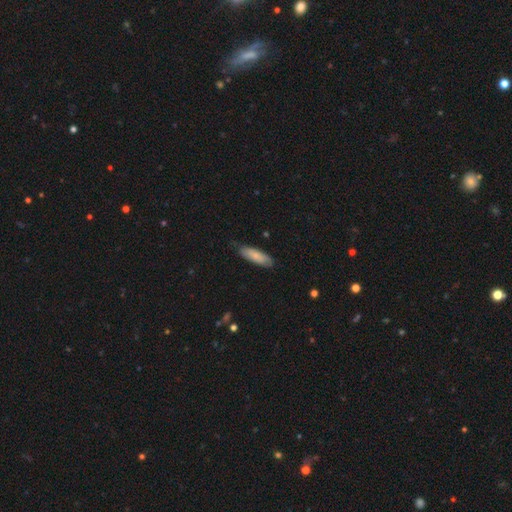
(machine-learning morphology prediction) Smooth or featured? Predicted: smooth (p=0.78). How rounded? Predicted: cigar-shaped (p=0.50). Merging? Predicted: none (p=0.78).